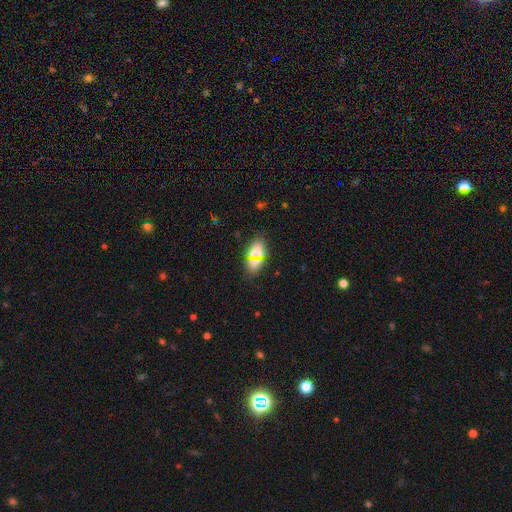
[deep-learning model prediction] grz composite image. It shows a smooth galaxy with no disk features (68%) that is in between round and cigar-shaped (83%). Merging: none (81%).